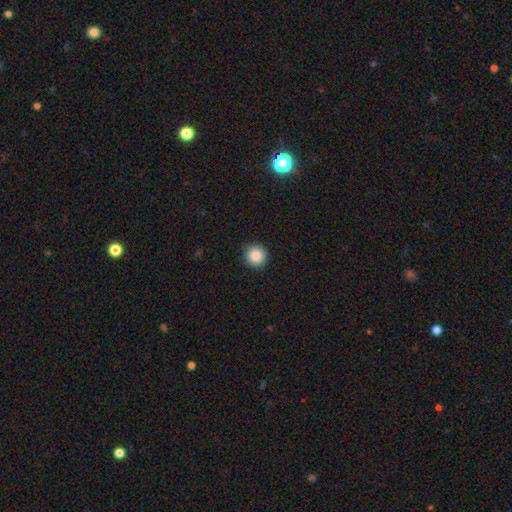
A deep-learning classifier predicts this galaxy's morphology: smooth_or_featured: smooth (p=0.87) [alt: star or artifact p=0.09]
how_rounded: round (p=0.95) [alt: in between p=0.04]
merging: none (p=0.92) [alt: minor disturbance p=0.05]